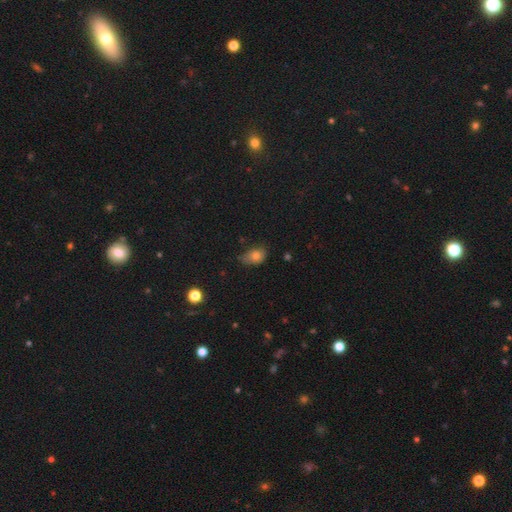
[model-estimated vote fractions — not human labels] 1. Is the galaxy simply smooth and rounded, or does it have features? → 76% smooth, 13% featured or disk, 11% star or artifact.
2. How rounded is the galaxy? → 76% in between, 22% round, 2% cigar-shaped.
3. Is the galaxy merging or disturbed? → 47% none, 40% minor disturbance, 10% major disturbance, 2% merger.